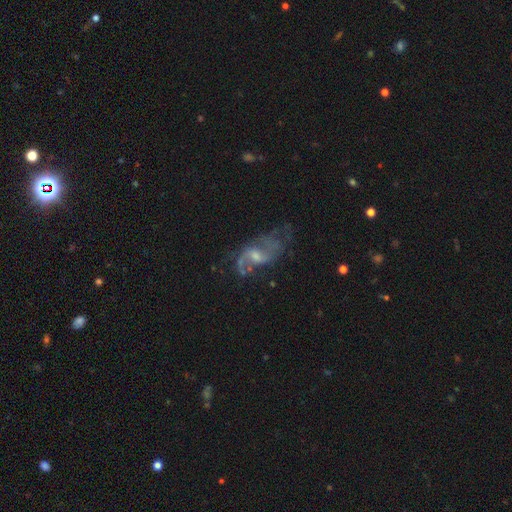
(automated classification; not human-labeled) A featured or disk galaxy (77%) with a weak bar (50%), 2 (70%) loose (58%) spiral arms (84%) and a small central bulge (47%).

Vote fractions:
- Smooth or featured? featured or disk: 77% / smooth: 13% / star or artifact: 10%
- Edge-on disk? no: 95% / yes: 5%
- Bar? weak: 50% / no: 41% / strong: 9%
- Spiral arms? yes: 84% / no: 16%
- Spiral winding? loose: 58% / medium: 33% / tight: 9%
- Spiral arm count? 2: 70% / can't tell: 15% / 1: 7% / 3: 4% / 4: 2% / more than 4: 2%
- Bulge size? small: 47% / moderate: 40% / none: 9% / large: 3% / dominant: 1%
- Merging? none: 50% / major disturbance: 25% / minor disturbance: 21% / merger: 4%